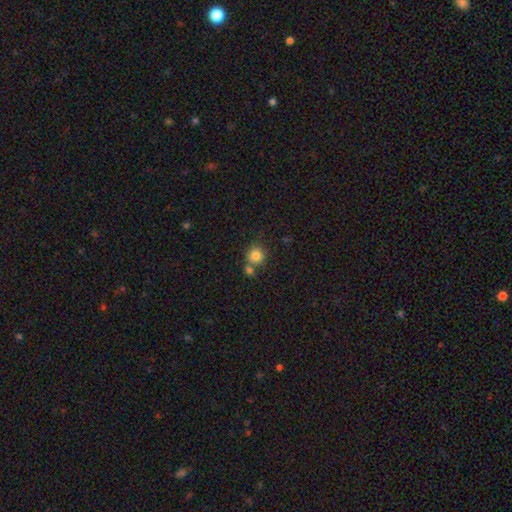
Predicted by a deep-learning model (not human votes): smooth-or-featured: smooth: 84% | star or artifact: 10% | featured or disk: 6%
  how-rounded: round: 89% | in between: 10% | cigar-shaped: 1%
  merging: none: 61% | merger: 26% | minor disturbance: 10% | major disturbance: 3%